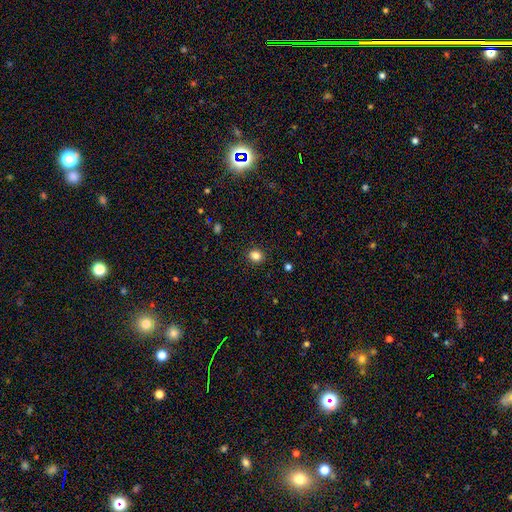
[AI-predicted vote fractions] A smooth galaxy with no disk features (83%) that is round (75%). Merging: none (90%).